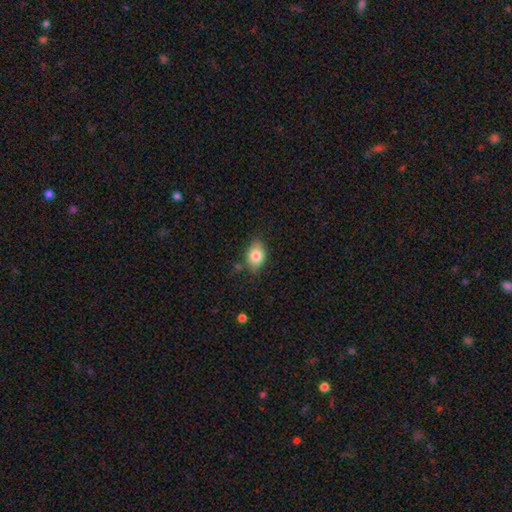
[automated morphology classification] Q: Smooth or featured?
A: smooth (80%); runner-up: featured or disk (12%)
Q: How rounded?
A: in between (79%); runner-up: round (20%)
Q: Merging?
A: none (77%); runner-up: minor disturbance (17%)